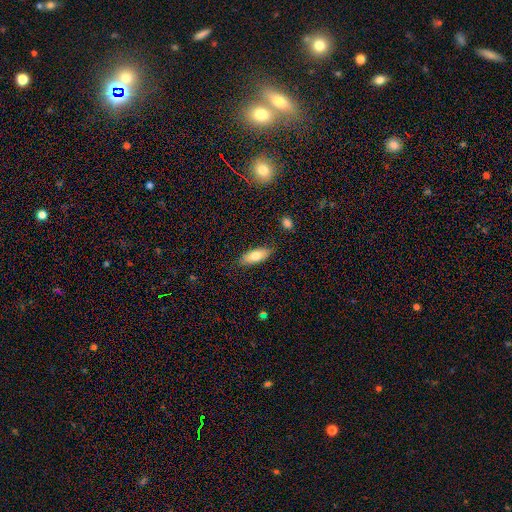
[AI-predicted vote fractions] Smooth or featured? smooth (77%)
How rounded? in between (77%)
Merging? none (83%)